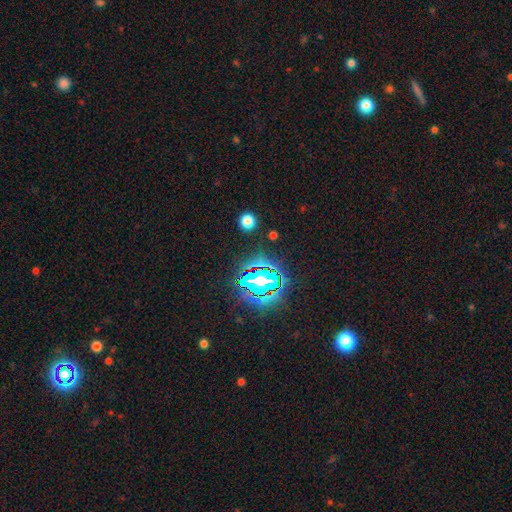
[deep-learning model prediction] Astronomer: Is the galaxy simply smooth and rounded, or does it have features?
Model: star or artifact — 83%.